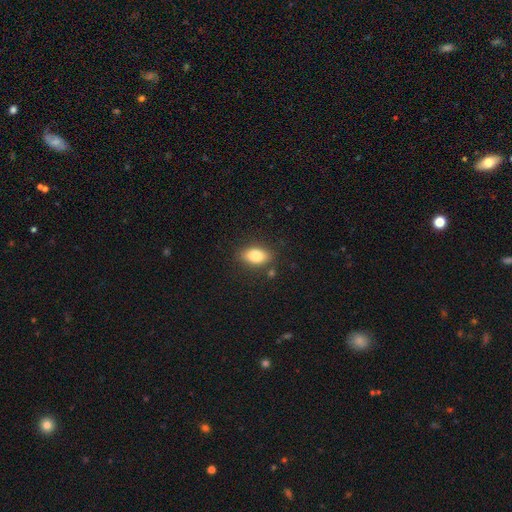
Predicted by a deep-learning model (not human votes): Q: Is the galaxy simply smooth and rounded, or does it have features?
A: smooth — 82%.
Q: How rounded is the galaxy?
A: in between — 88%.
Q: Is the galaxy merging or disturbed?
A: none — 83%.